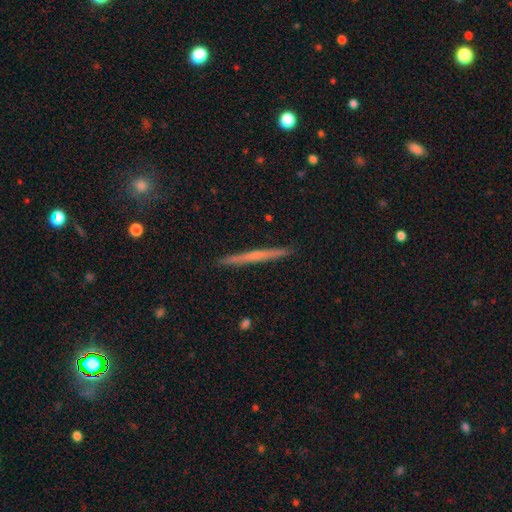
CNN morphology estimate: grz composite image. It shows a featured or disk galaxy (55%) viewed edge-on (98%) with no central bulge (71%). Merging: none (92%).